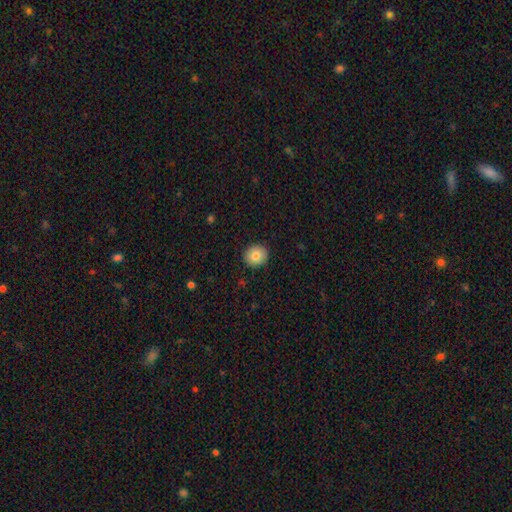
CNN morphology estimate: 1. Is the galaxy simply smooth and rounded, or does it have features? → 82% smooth, 10% featured or disk, 9% star or artifact.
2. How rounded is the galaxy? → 86% round, 13% in between, 1% cigar-shaped.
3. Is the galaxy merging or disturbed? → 91% none, 6% minor disturbance, 2% major disturbance, 1% merger.